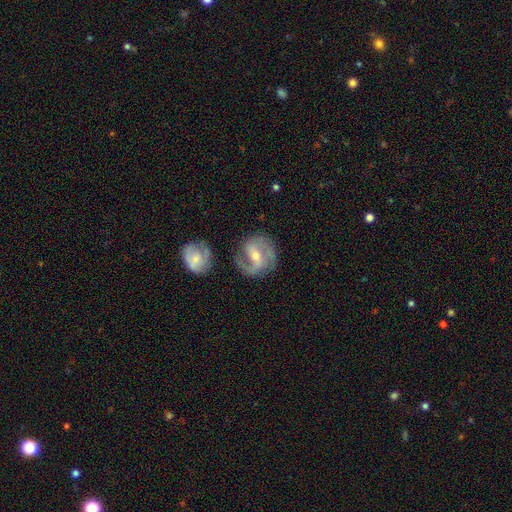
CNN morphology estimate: featured or disk 85%, smooth 10%, star or artifact 5%. Down the decision tree: edge-on disk — no (97%); bar — weak (44%); spiral arms — yes (96%); spiral arm count — 2 (73%); spiral winding — medium (51%); bulge size — moderate (56%); merging — none (72%).